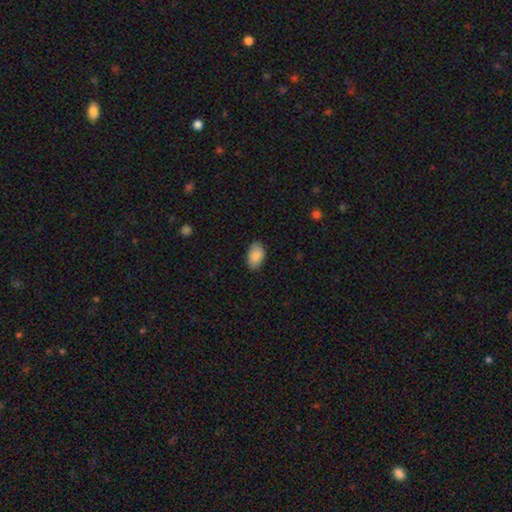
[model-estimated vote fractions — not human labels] Morphology: type=smooth (89%); roundness=in between (92%); merging=none (85%).